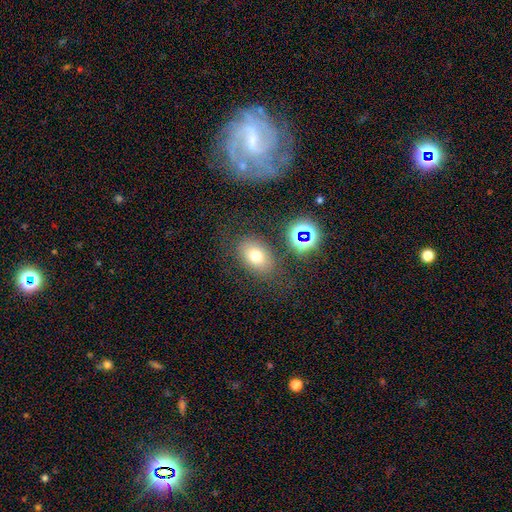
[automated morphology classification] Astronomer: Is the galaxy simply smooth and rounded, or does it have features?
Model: smooth — 71%.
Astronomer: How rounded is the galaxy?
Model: in between — 73%.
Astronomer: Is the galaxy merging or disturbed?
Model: none — 77%.